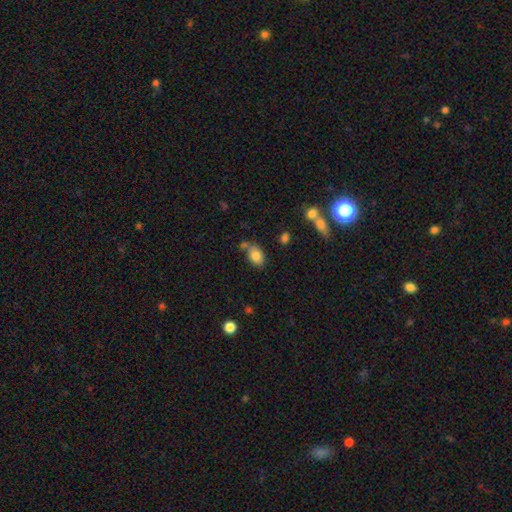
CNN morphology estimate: smooth 80%, featured or disk 11%, star or artifact 9%. Down the decision tree: how rounded — in between (86%); merging — none (58%).